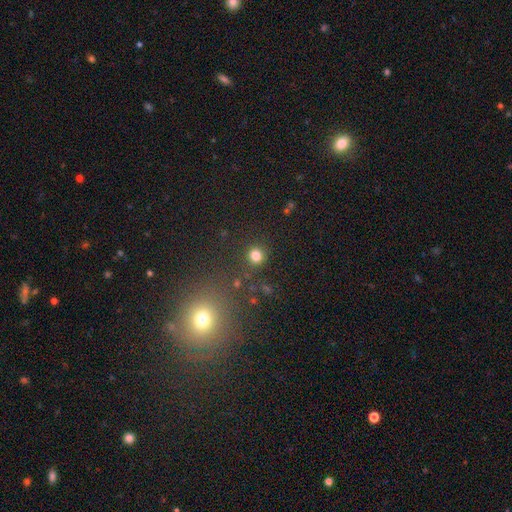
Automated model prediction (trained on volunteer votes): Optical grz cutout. It shows a smooth galaxy with no disk features (80%) that is round (92%). Merging: none (86%).